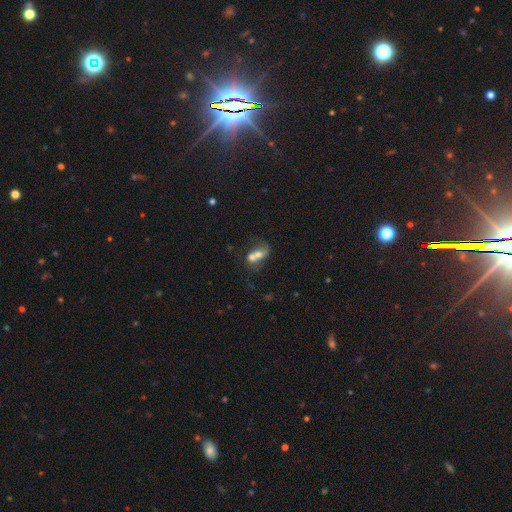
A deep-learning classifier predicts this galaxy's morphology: Q: Smooth or featured?
A: smooth (58%); runner-up: featured or disk (30%)
Q: How rounded?
A: in between (55%); runner-up: round (43%)
Q: Merging?
A: merger (73%); runner-up: none (14%)